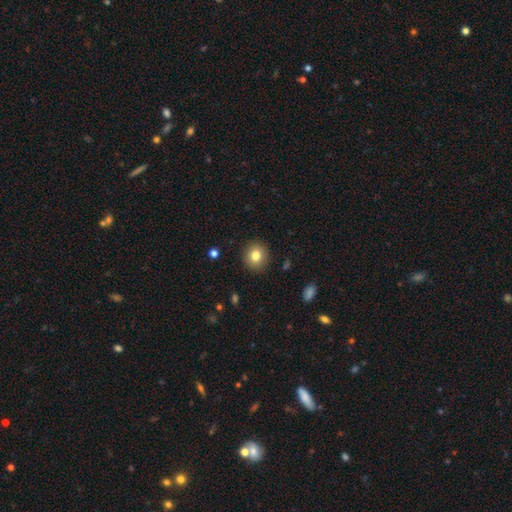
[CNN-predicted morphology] A smooth galaxy with no disk features (81%) that is round (85%).

Vote fractions:
- Smooth or featured? smooth: 81% / star or artifact: 10% / featured or disk: 9%
- How rounded? round: 85% / in between: 14% / cigar-shaped: 1%
- Merging? none: 91% / minor disturbance: 6% / major disturbance: 2% / merger: 1%